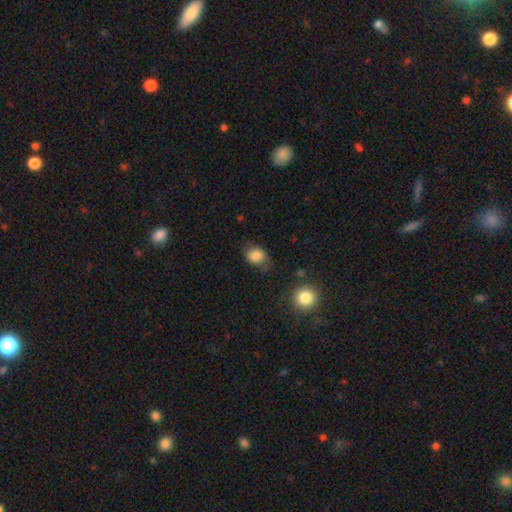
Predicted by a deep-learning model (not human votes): This is clearly a smooth galaxy (81%). How rounded: possibly in between (52%). Merging: likely none (63%).